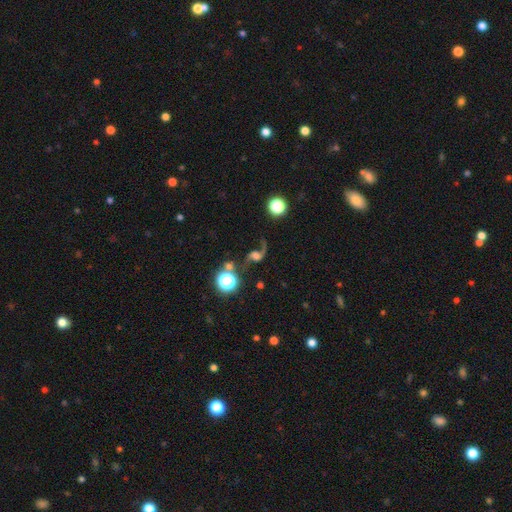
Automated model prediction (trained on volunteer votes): Smooth or featured: featured or disk — 72% (star or artifact — 15%)
Edge-on disk: no — 96% (yes — 4%)
Bar: no — 57% (weak — 32%)
Spiral arms: yes — 94% (no — 6%)
Spiral winding: loose — 90% (medium — 8%)
Spiral arm count: 2 — 83% (1 — 13%)
Bulge size: moderate — 30% (large — 26%)
Merging: none — 58% (major disturbance — 18%)